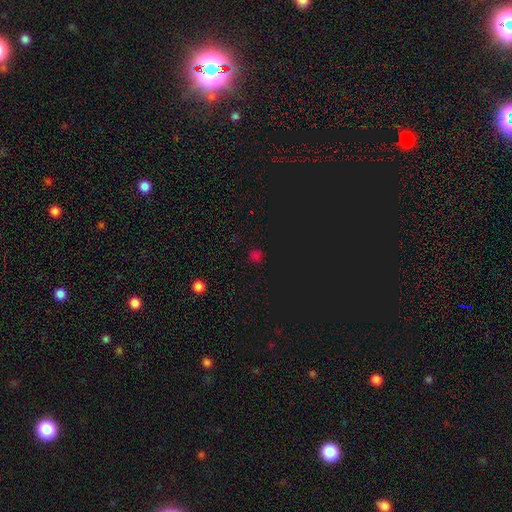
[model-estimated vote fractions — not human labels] Smooth or featured: star or artifact — 50% (smooth — 46%)